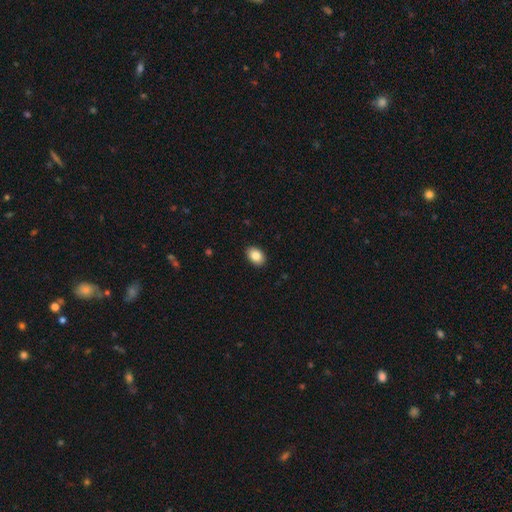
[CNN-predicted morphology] This is clearly a smooth galaxy (86%). How rounded: clearly in between (84%). Merging: clearly none (90%).